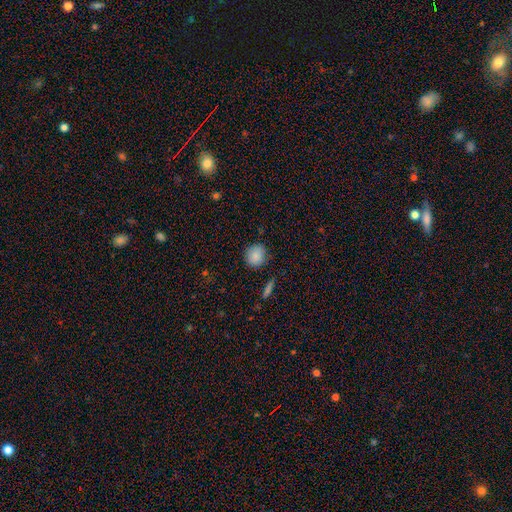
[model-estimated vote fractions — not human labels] Smooth or featured? smooth (87%)
How rounded? round (88%)
Merging? none (85%)